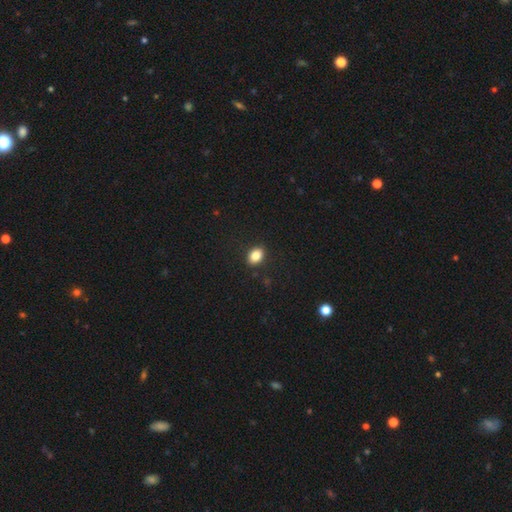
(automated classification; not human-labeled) Smooth or featured?
  - smooth: 85% *
  - star or artifact: 9%
  - featured or disk: 6%
How rounded?
  - in between: 74% *
  - round: 25%
  - cigar-shaped: 1%
Merging?
  - none: 88% *
  - minor disturbance: 8%
  - major disturbance: 2%
  - merger: 1%